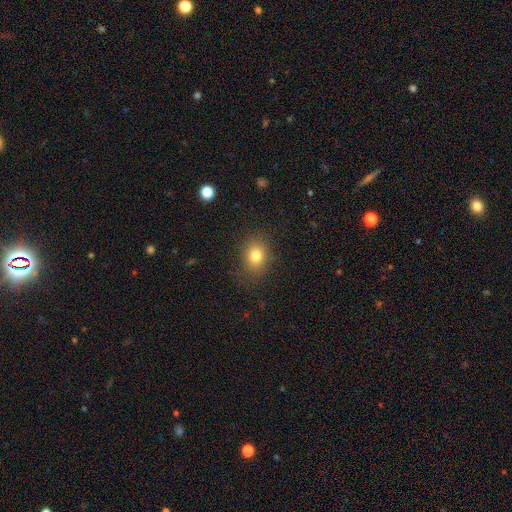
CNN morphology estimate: type=smooth (79%); roundness=round (53%); merging=none (84%).